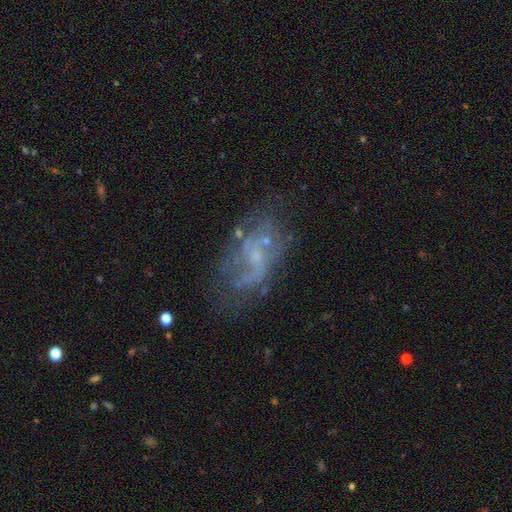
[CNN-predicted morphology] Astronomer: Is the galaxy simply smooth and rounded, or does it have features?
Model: featured or disk — 64%.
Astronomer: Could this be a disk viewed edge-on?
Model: no — 96%.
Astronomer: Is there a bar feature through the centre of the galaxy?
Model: no — 73%.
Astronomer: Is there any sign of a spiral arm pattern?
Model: no — 54% (runner-up: yes, 46%).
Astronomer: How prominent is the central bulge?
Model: small — 46% (runner-up: none, 38%).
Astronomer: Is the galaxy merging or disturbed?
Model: none — 49%.